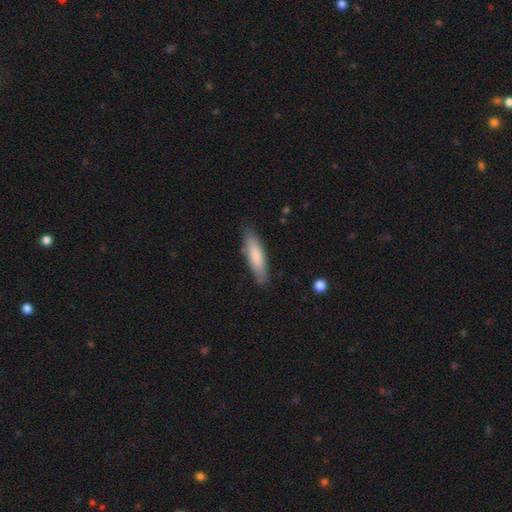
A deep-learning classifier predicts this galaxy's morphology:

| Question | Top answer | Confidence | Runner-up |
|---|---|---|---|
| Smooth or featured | smooth | 77% | featured or disk (17%) |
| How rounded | cigar-shaped | 66% | in between (33%) |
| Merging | none | 83% | minor disturbance (13%) |